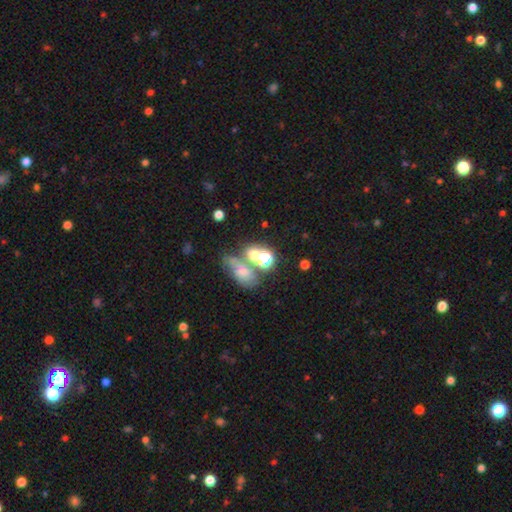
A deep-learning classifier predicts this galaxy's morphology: This is possibly a smooth galaxy (55%). How rounded: possibly round (51%). Merging: marginally merger (42%).